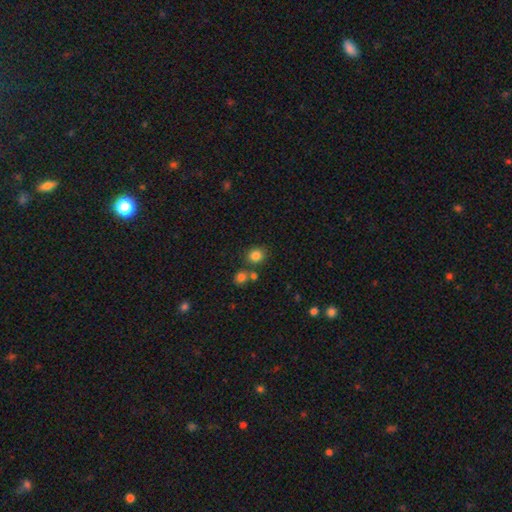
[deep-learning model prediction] This appears to be a smooth galaxy with no disk features (82%) that is round (81%). Merging: none (75%).